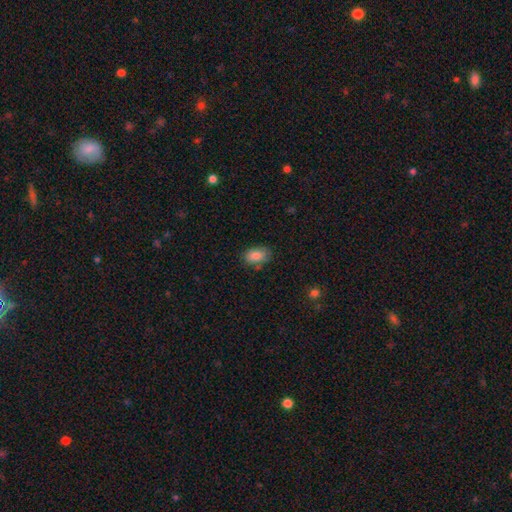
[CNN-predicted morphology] smooth_or_featured: smooth (p=0.85) [alt: featured or disk p=0.08]
how_rounded: in between (p=0.90) [alt: round p=0.09]
merging: none (p=0.75) [alt: minor disturbance p=0.18]